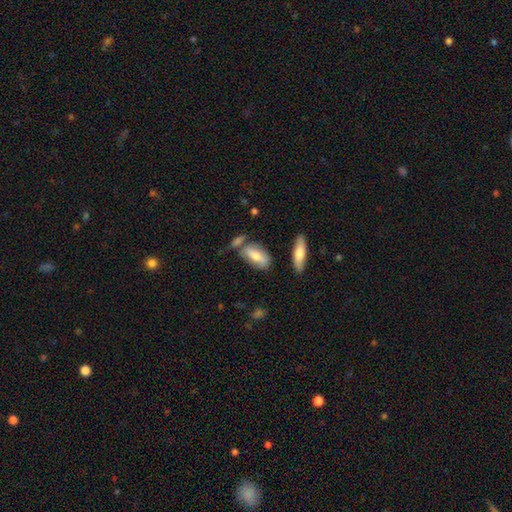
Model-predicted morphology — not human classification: This appears to be a smooth galaxy with no disk features (62%) that is in between round and cigar-shaped (76%). Merging: none (58%).